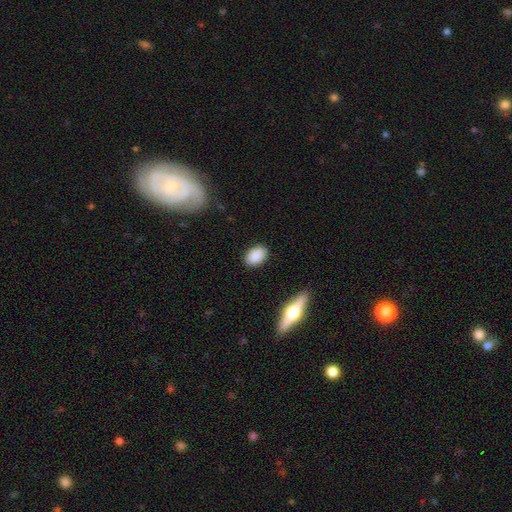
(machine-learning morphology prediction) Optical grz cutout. It shows a smooth galaxy with no disk features (88%) that is in between round and cigar-shaped (86%). Merging: none (88%).